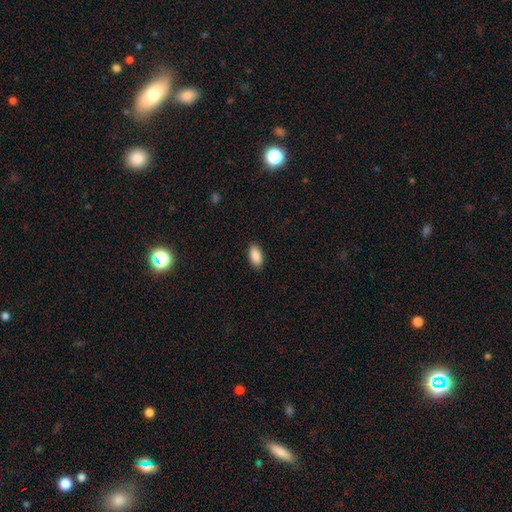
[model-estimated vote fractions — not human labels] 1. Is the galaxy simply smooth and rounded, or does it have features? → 89% smooth, 6% star or artifact, 4% featured or disk.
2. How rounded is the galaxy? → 93% in between, 5% cigar-shaped, 2% round.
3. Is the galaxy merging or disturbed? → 89% none, 8% minor disturbance, 2% major disturbance, 1% merger.